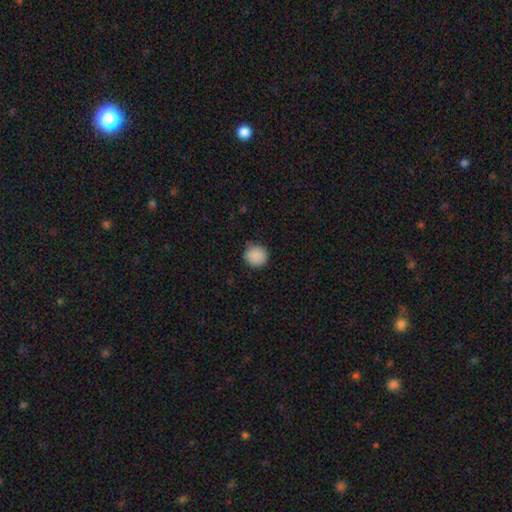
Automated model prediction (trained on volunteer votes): Morphology: type=smooth (88%); roundness=round (89%); merging=none (81%).